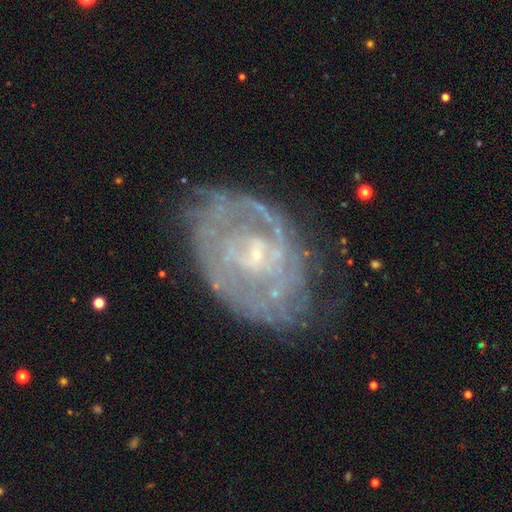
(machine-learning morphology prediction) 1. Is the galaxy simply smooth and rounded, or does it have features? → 79% featured or disk, 13% smooth, 8% star or artifact.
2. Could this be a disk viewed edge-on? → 97% no, 3% yes.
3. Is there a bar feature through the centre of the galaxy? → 52% no, 39% weak, 9% strong.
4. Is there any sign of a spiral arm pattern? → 76% yes, 24% no.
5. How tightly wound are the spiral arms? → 60% tight, 30% medium, 11% loose.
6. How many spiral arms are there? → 52% can't tell, 24% 2, 8% 3, 6% 1, 5% 4, 4% more than 4.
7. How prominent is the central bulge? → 67% small, 19% moderate, 11% none, 1% large, 1% dominant.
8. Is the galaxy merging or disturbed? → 64% none, 22% minor disturbance, 12% major disturbance, 2% merger.